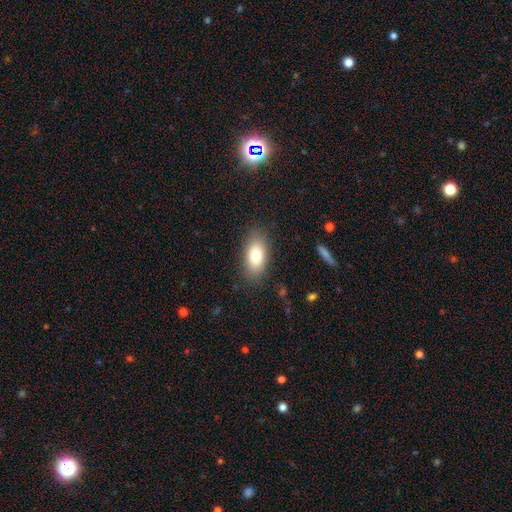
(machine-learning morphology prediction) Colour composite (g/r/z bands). It shows a smooth galaxy with no disk features (80%) that is in between round and cigar-shaped (89%). Merging: none (84%).